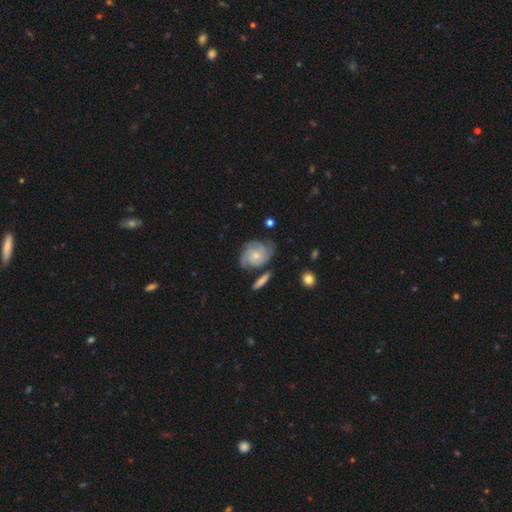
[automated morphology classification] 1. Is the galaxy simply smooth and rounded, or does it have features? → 74% featured or disk, 20% smooth, 6% star or artifact.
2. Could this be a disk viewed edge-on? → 97% no, 3% yes.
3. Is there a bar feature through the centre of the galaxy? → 78% no, 19% weak, 3% strong.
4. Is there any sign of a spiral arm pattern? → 94% yes, 6% no.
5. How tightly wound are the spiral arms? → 60% tight, 31% medium, 9% loose.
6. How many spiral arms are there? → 32% 3, 24% 2, 24% can't tell, 11% 4, 5% 1, 4% more than 4.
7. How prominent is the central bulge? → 60% small, 35% moderate, 2% none, 2% large, 1% dominant.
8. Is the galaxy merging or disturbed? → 66% none, 21% minor disturbance, 8% major disturbance, 5% merger.